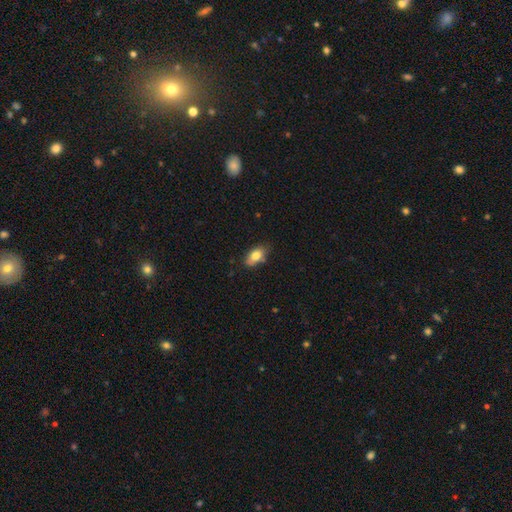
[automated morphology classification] Smooth or featured? smooth (80%)
How rounded? in between (90%)
Merging? none (69%)